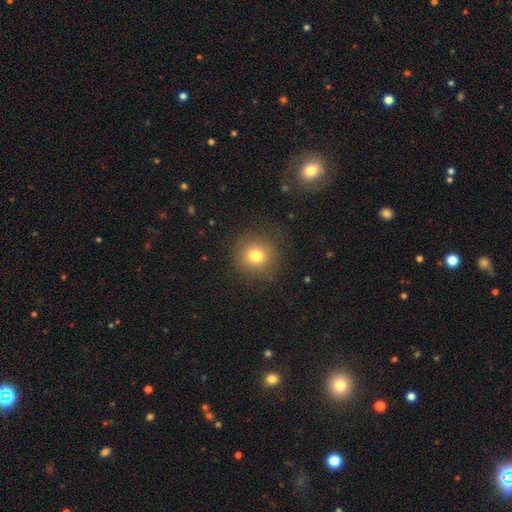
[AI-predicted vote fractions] This is likely a smooth galaxy (77%). How rounded: clearly round (92%). Merging: clearly none (84%).